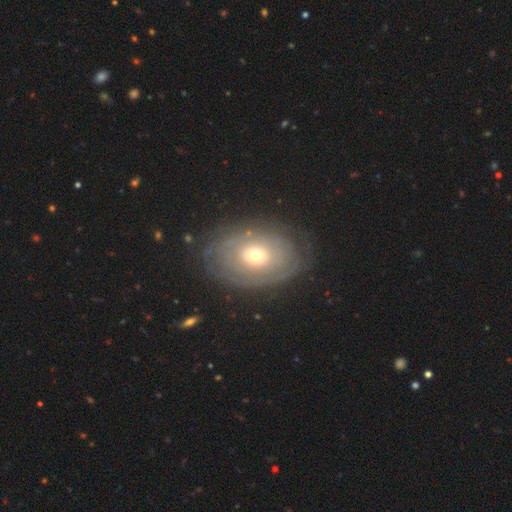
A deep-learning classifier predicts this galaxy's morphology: Q: Smooth or featured?
A: featured or disk (62%); runner-up: smooth (30%)
Q: Edge-on disk?
A: no (94%); runner-up: yes (6%)
Q: Bar?
A: no (86%); runner-up: weak (10%)
Q: Spiral arms?
A: no (50%); tied with: yes (50%)
Q: Bulge size?
A: moderate (48%); runner-up: small (45%)
Q: Merging?
A: none (77%); runner-up: minor disturbance (15%)